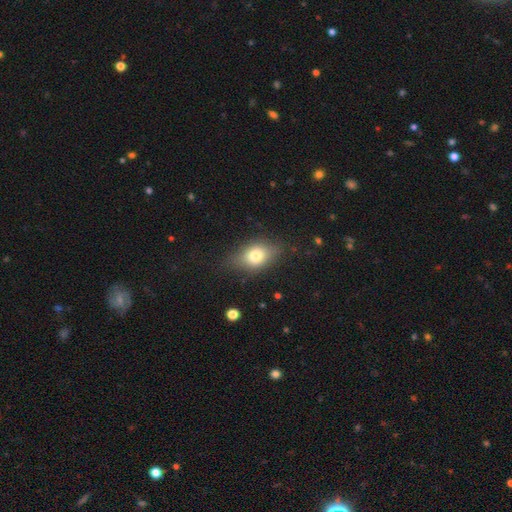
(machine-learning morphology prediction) A smooth galaxy with no disk features (75%) that is in between round and cigar-shaped (77%).

Vote fractions:
- Smooth or featured? smooth: 75% / featured or disk: 15% / star or artifact: 9%
- How rounded? in between: 77% / round: 20% / cigar-shaped: 3%
- Merging? none: 71% / minor disturbance: 21% / major disturbance: 6% / merger: 2%